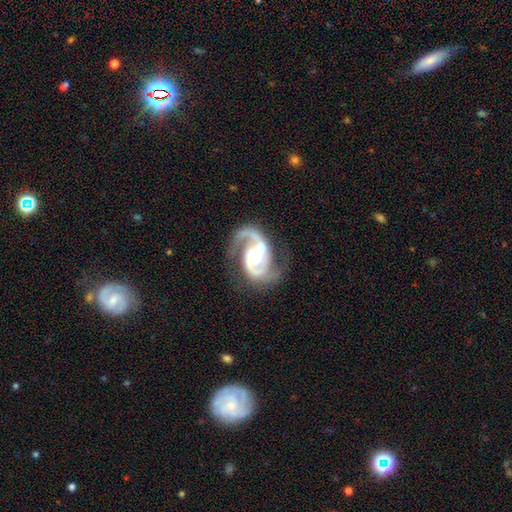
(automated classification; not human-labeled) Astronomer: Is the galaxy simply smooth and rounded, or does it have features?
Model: featured or disk — 92%.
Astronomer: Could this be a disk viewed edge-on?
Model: no — 98%.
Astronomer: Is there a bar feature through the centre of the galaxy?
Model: no — 42% (runner-up: weak, 41%).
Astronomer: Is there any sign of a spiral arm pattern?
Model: yes — 98%.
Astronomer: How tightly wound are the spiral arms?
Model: medium — 60%.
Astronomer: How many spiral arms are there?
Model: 2 — 91%.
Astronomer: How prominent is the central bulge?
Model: moderate — 55%.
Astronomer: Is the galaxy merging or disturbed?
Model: none — 68%.